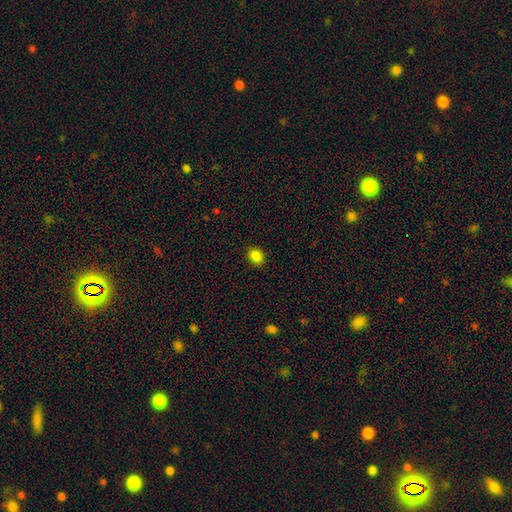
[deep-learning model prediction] This appears to be a smooth galaxy with no disk features (85%) that is in between round and cigar-shaped (53%). Merging: none (89%).